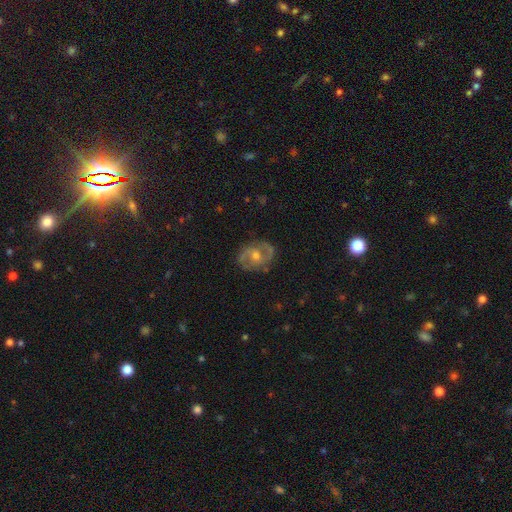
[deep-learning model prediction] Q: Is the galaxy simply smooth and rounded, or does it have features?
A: featured or disk — 79%.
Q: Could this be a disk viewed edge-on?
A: no — 97%.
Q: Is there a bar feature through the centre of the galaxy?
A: no — 60%.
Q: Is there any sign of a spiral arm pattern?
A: yes — 89%.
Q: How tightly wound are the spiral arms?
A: medium — 51%.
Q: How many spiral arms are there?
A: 2 — 86%.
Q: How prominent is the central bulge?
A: moderate — 64%.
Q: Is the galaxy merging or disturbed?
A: none — 80%.